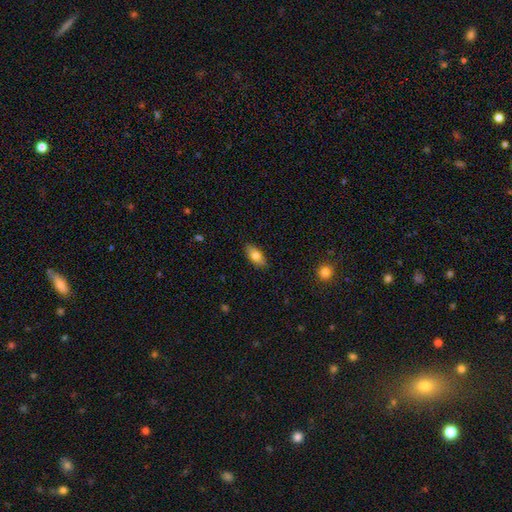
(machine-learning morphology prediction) Q: Smooth or featured?
A: smooth (77%); runner-up: featured or disk (16%)
Q: How rounded?
A: in between (87%); runner-up: cigar-shaped (10%)
Q: Merging?
A: none (87%); runner-up: minor disturbance (10%)